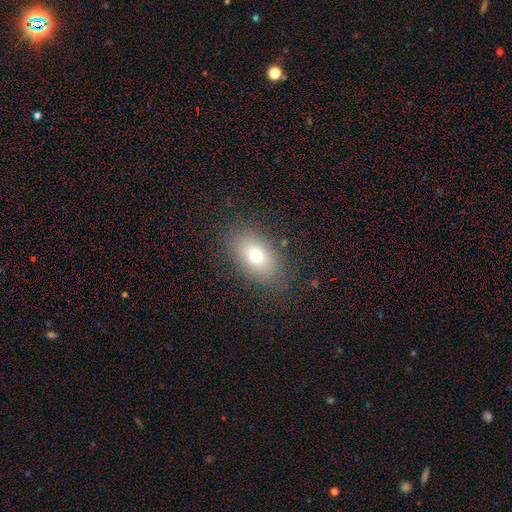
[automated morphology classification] This is likely a smooth galaxy (71%). How rounded: clearly in between (84%). Merging: clearly none (83%).